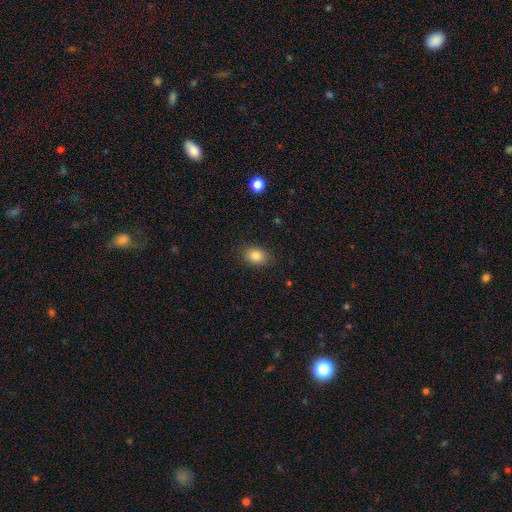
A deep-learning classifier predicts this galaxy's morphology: Smooth or featured? smooth (85%)
How rounded? in between (68%)
Merging? none (84%)